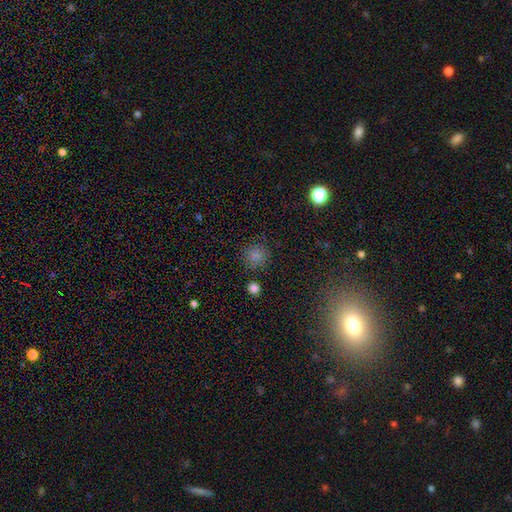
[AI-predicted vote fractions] smooth-or-featured: smooth: 80% | star or artifact: 16% | featured or disk: 4%
  how-rounded: round: 91% | in between: 8% | cigar-shaped: 1%
  merging: none: 85% | minor disturbance: 9% | major disturbance: 3% | merger: 3%